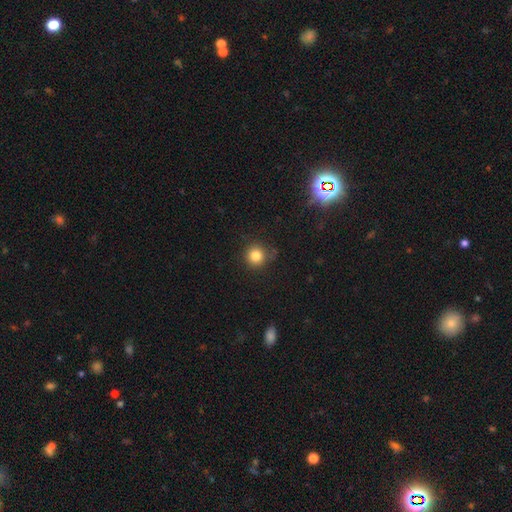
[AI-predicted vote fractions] A smooth galaxy with no disk features (83%) that is round (94%). Merging: none (83%).